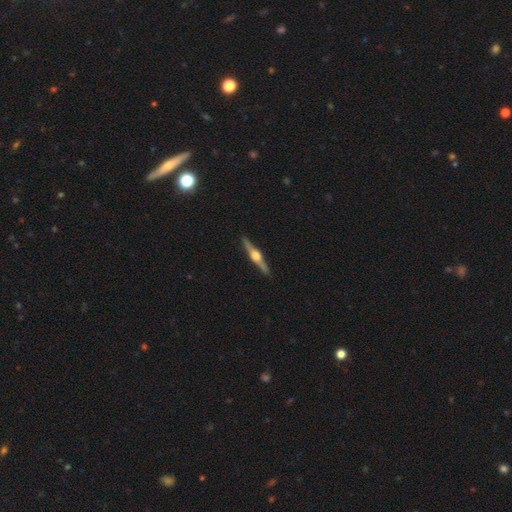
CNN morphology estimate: Smooth or featured? Predicted: featured or disk (p=0.82). Edge-on disk? Predicted: yes (p=0.98). Edge-on bulge? Predicted: rounded (p=0.95). Merging? Predicted: none (p=0.92).